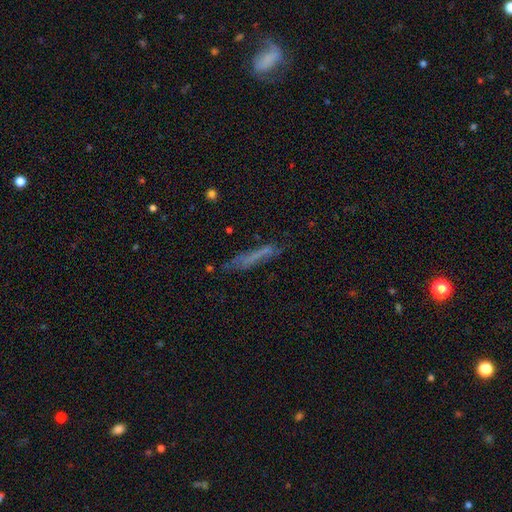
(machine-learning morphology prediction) smooth-or-featured: smooth: 52% | featured or disk: 34% | star or artifact: 14%
  how-rounded: cigar-shaped: 90% | in between: 8% | round: 2%
  merging: none: 67% | minor disturbance: 20% | major disturbance: 9% | merger: 4%